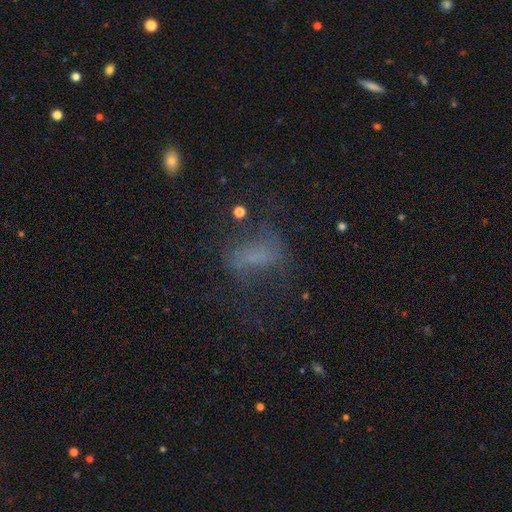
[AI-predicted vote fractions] This appears to be a smooth galaxy with no disk features (43%). Merging: none (44%).